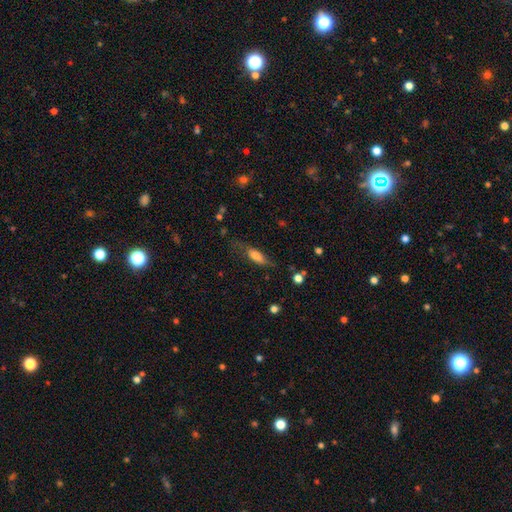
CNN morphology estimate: Smooth or featured? Predicted: smooth (p=0.67). How rounded? Predicted: in between (p=0.59). Merging? Predicted: none (p=0.55).